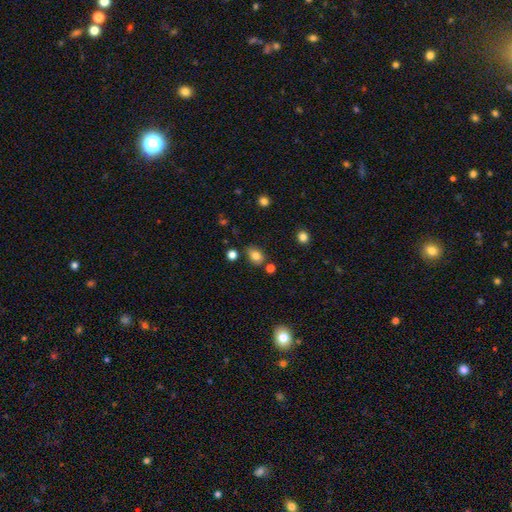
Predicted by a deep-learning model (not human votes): smooth_or_featured: smooth (p=0.82) [alt: star or artifact p=0.11]
how_rounded: in between (p=0.67) [alt: round p=0.32]
merging: none (p=0.72) [alt: minor disturbance p=0.17]